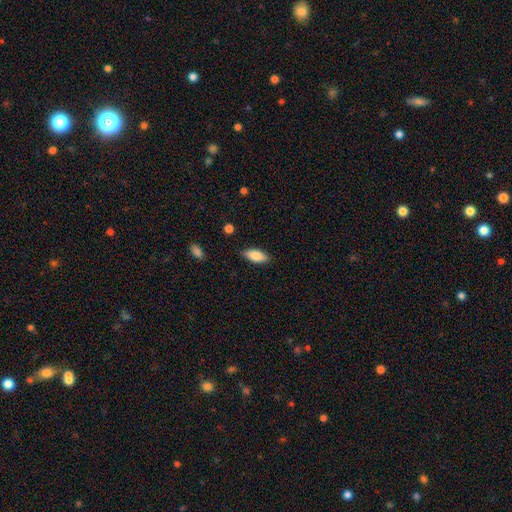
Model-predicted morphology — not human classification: A smooth galaxy with no disk features (84%) that is in between round and cigar-shaped (83%).

Vote fractions:
- Smooth or featured? smooth: 84% / featured or disk: 9% / star or artifact: 7%
- How rounded? in between: 83% / cigar-shaped: 15% / round: 2%
- Merging? none: 85% / minor disturbance: 11% / major disturbance: 2% / merger: 1%